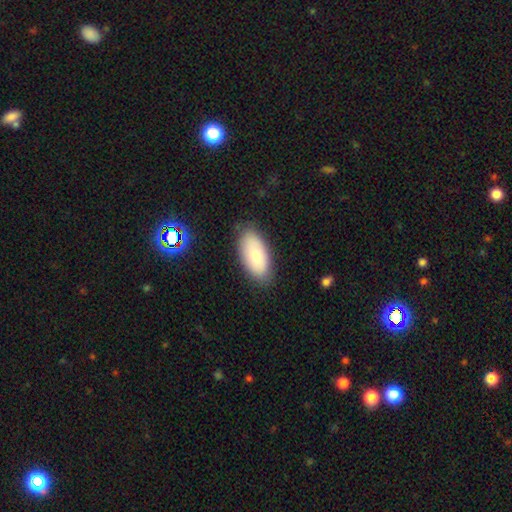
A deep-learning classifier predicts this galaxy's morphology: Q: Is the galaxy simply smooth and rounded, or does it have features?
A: smooth — 78%.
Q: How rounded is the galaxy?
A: in between — 93%.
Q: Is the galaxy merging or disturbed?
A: none — 82%.